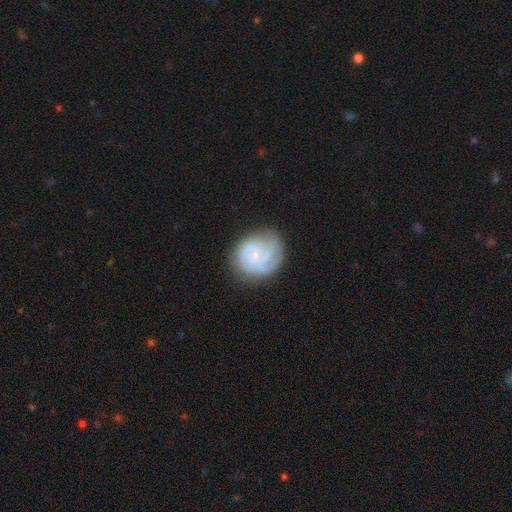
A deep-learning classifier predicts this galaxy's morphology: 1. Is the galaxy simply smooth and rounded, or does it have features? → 63% featured or disk, 30% smooth, 7% star or artifact.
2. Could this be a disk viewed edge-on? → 98% no, 2% yes.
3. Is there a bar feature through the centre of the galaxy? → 69% no, 27% weak, 4% strong.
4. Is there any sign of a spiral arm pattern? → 88% yes, 12% no.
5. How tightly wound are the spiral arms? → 53% tight, 35% medium, 12% loose.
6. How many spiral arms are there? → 32% can't tell, 25% 2, 25% 3, 7% 1, 6% 4, 4% more than 4.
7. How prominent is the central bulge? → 73% small, 13% moderate, 11% none, 1% large, 1% dominant.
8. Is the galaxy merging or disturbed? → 66% none, 21% minor disturbance, 11% major disturbance, 2% merger.